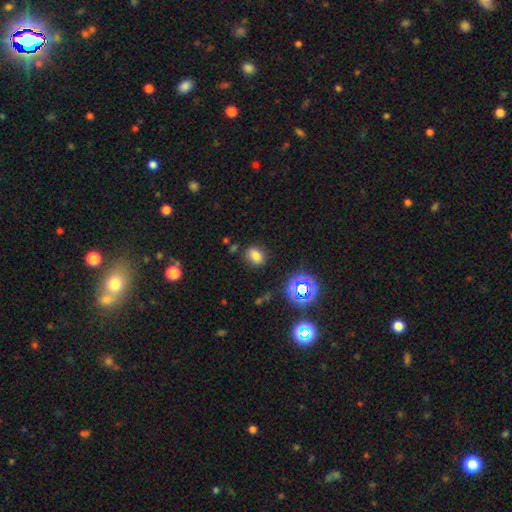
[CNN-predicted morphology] A smooth galaxy with no disk features (73%) that is in between round and cigar-shaped (58%).

Vote fractions:
- Smooth or featured? smooth: 73% / star or artifact: 18% / featured or disk: 9%
- How rounded? in between: 58% / round: 41% / cigar-shaped: 1%
- Merging? none: 80% / minor disturbance: 13% / major disturbance: 4% / merger: 3%